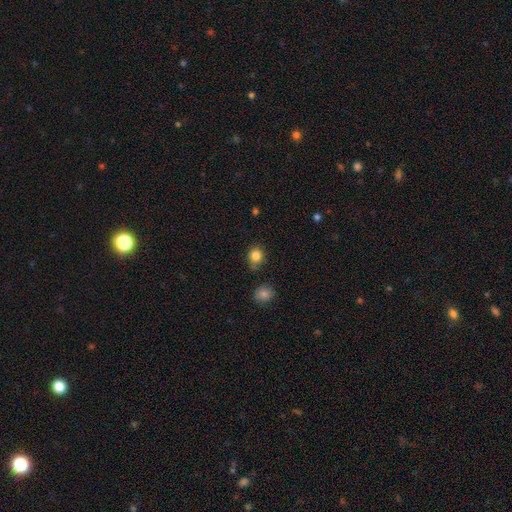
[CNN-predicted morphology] smooth_or_featured: smooth (p=0.84) [alt: star or artifact p=0.11]
how_rounded: round (p=0.74) [alt: in between p=0.25]
merging: none (p=0.73) [alt: minor disturbance p=0.20]